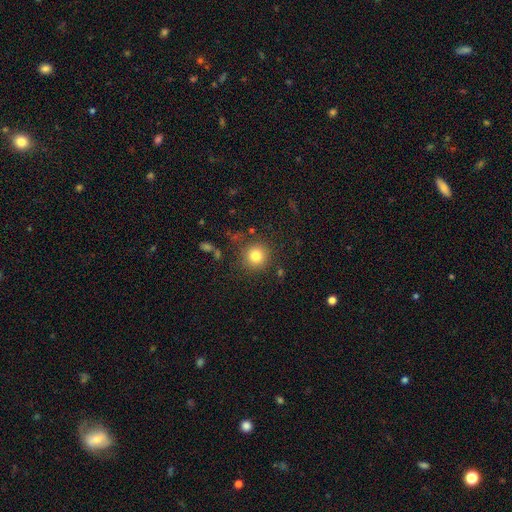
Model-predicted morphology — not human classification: smooth_or_featured: smooth (p=0.80) [alt: star or artifact p=0.12]
how_rounded: round (p=0.94) [alt: in between p=0.05]
merging: none (p=0.86) [alt: minor disturbance p=0.08]